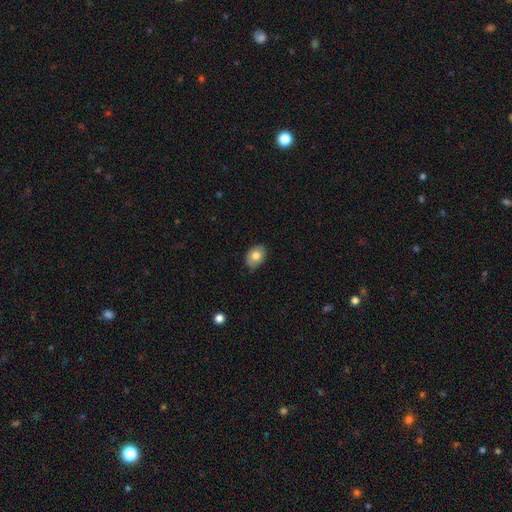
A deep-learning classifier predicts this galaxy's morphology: Overall: smooth (77%). How rounded: in between (72%). Merging: none (82%).